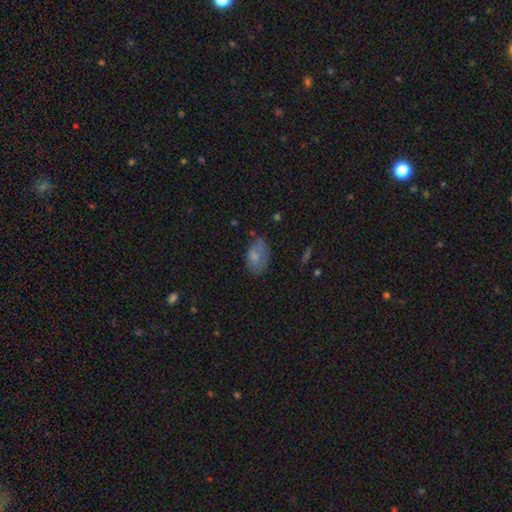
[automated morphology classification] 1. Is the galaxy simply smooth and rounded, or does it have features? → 74% smooth, 17% featured or disk, 9% star or artifact.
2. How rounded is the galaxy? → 87% in between, 11% round, 2% cigar-shaped.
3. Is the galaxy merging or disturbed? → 51% none, 33% minor disturbance, 13% major disturbance, 3% merger.